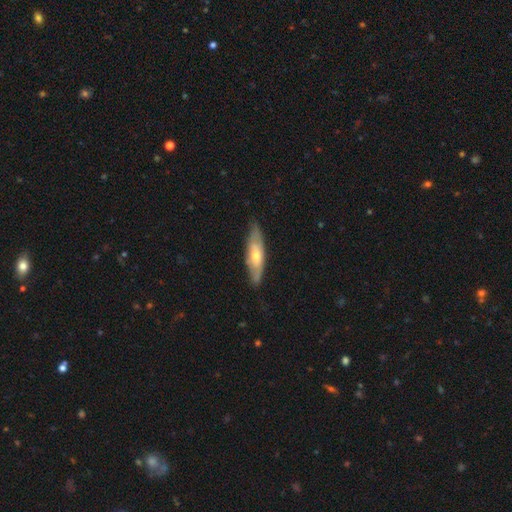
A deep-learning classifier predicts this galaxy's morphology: Smooth or featured?
  - featured or disk: 52% *
  - smooth: 42%
  - star or artifact: 6%
Edge-on disk?
  - yes: 55% *
  - no: 45%
Merging?
  - none: 79% *
  - minor disturbance: 17%
  - major disturbance: 3%
  - merger: 1%